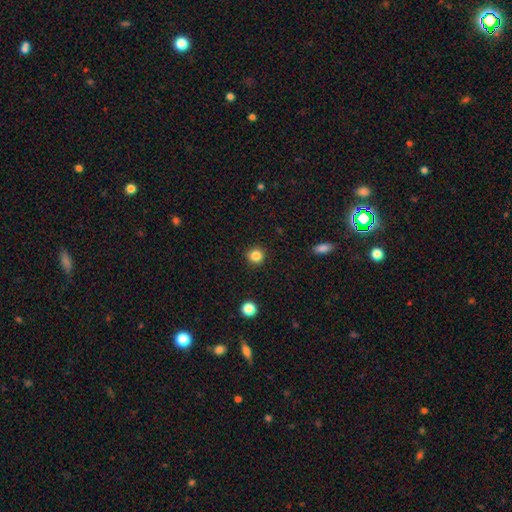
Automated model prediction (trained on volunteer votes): This appears to be a smooth galaxy with no disk features (84%) that is round (93%). Merging: none (91%).